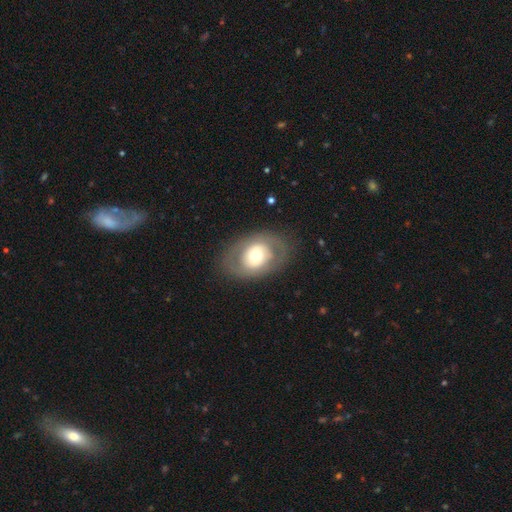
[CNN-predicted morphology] A featured or disk galaxy (47%, tied with smooth).

Vote fractions:
- Smooth or featured? featured or disk: 47% (tied) / smooth: 47% (tied) / star or artifact: 7%
- Merging? none: 80% / minor disturbance: 12% / major disturbance: 8% / merger: 1%